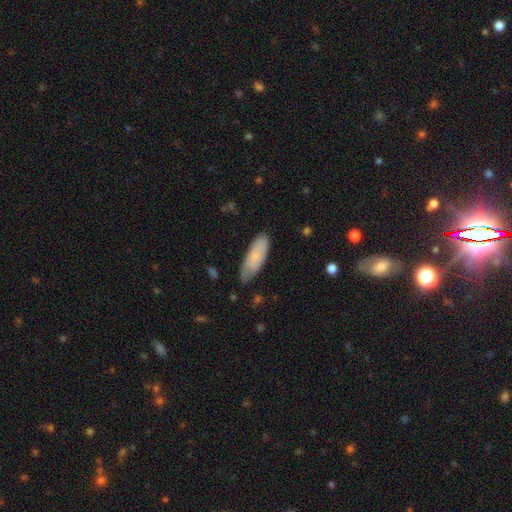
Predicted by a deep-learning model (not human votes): Smooth or featured: smooth — 77% (featured or disk — 18%)
How rounded: in between — 62% (cigar-shaped — 37%)
Merging: none — 74% (minor disturbance — 21%)